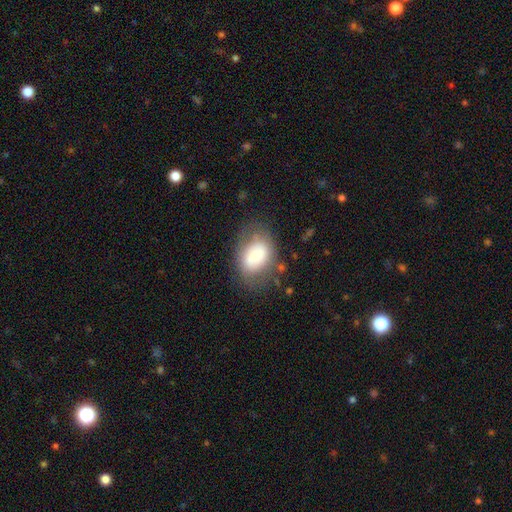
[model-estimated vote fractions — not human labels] smooth-or-featured: smooth: 64% | featured or disk: 28% | star or artifact: 8%
  how-rounded: in between: 68% | round: 31% | cigar-shaped: 1%
  merging: none: 64% | minor disturbance: 21% | major disturbance: 13% | merger: 3%